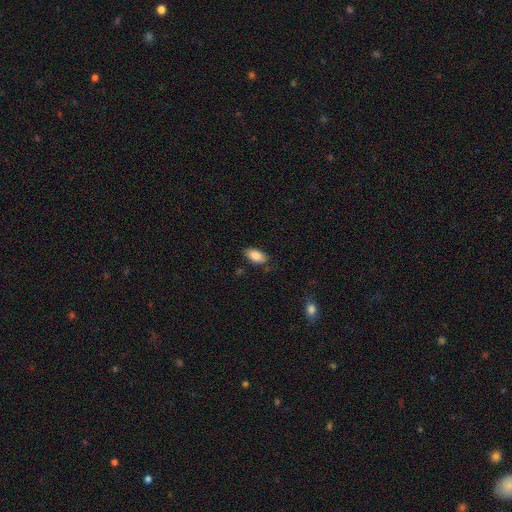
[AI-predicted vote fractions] smooth 87%, star or artifact 7%, featured or disk 6%. Down the decision tree: how rounded — in between (92%); merging — none (77%).